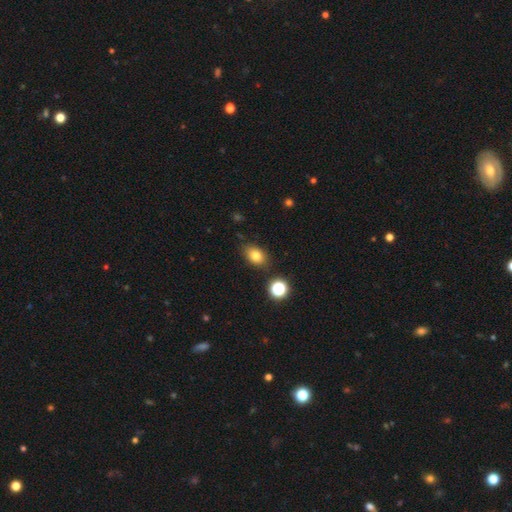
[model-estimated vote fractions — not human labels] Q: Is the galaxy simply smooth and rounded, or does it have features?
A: smooth — 80%.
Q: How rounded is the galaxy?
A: in between — 76%.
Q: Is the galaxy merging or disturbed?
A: none — 81%.